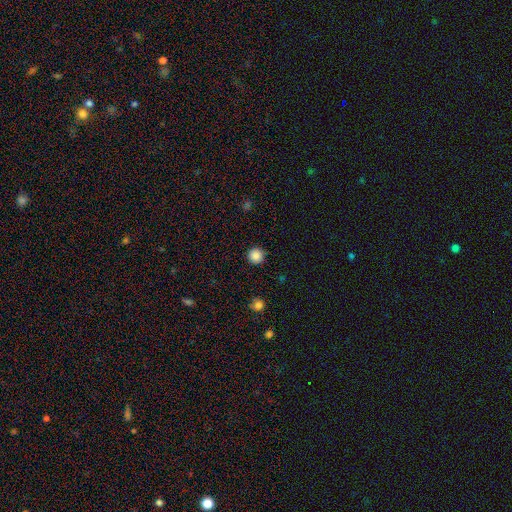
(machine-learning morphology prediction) The model was most divided on "smooth or featured": smooth: 86%, star or artifact: 11%, featured or disk: 3%. More confident: how rounded — round (96%); merging — none (92%).